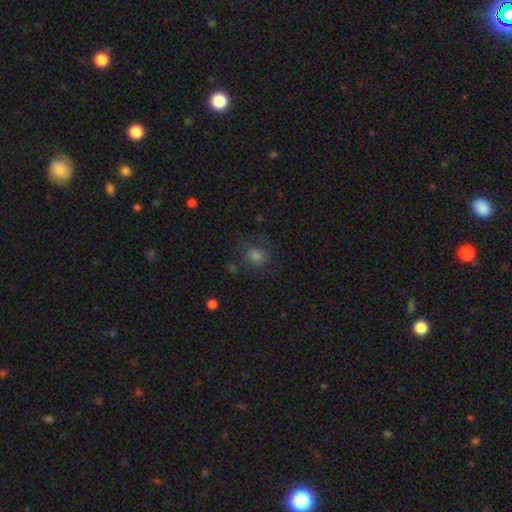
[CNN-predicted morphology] smooth 70%, star or artifact 20%, featured or disk 10%. Down the decision tree: how rounded — round (82%); merging — none (72%).